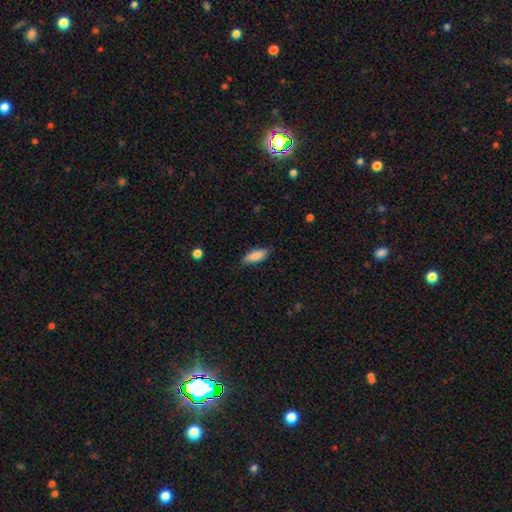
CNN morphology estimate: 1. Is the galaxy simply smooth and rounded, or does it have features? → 86% smooth, 7% featured or disk, 6% star or artifact.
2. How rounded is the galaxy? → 72% in between, 26% cigar-shaped, 2% round.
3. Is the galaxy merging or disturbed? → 75% none, 20% minor disturbance, 4% major disturbance, 1% merger.